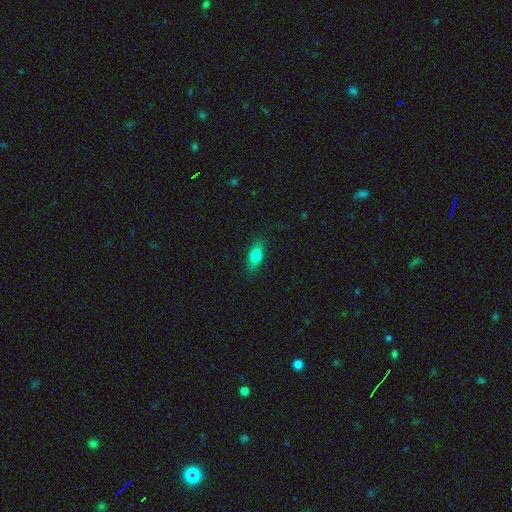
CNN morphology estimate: smooth_or_featured: smooth (p=0.77) [alt: featured or disk p=0.16]
how_rounded: in between (p=0.79) [alt: cigar-shaped p=0.16]
merging: none (p=0.86) [alt: minor disturbance p=0.10]